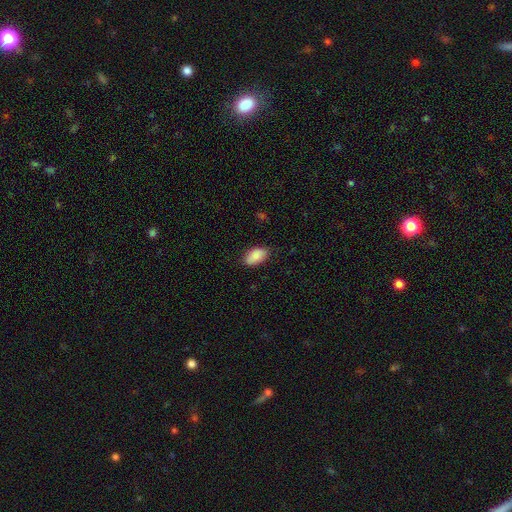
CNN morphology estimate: smooth 86%, featured or disk 7%, star or artifact 7%. Down the decision tree: how rounded — in between (94%); merging — none (82%).